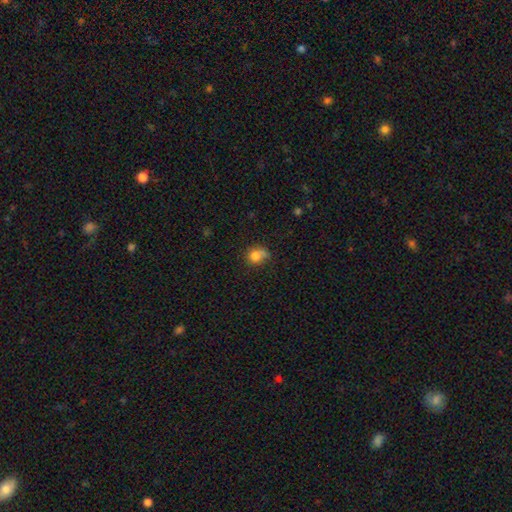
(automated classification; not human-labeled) This appears to be a smooth galaxy with no disk features (79%) that is round (64%). Merging: none (45%).